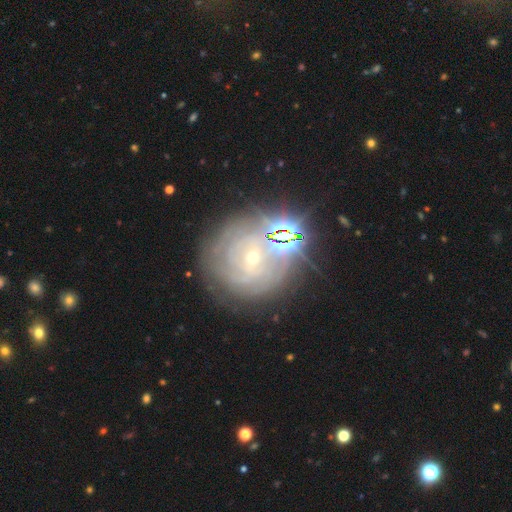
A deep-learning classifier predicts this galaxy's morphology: Q: Smooth or featured?
A: featured or disk (71%); runner-up: star or artifact (16%)
Q: Edge-on disk?
A: no (96%); runner-up: yes (4%)
Q: Bar?
A: no (60%); runner-up: weak (28%)
Q: Spiral arms?
A: yes (88%); runner-up: no (12%)
Q: Spiral winding?
A: tight (77%); runner-up: medium (18%)
Q: Spiral arm count?
A: can't tell (46%); runner-up: 2 (15%)
Q: Bulge size?
A: small (80%); runner-up: moderate (16%)
Q: Merging?
A: none (73%); runner-up: minor disturbance (15%)